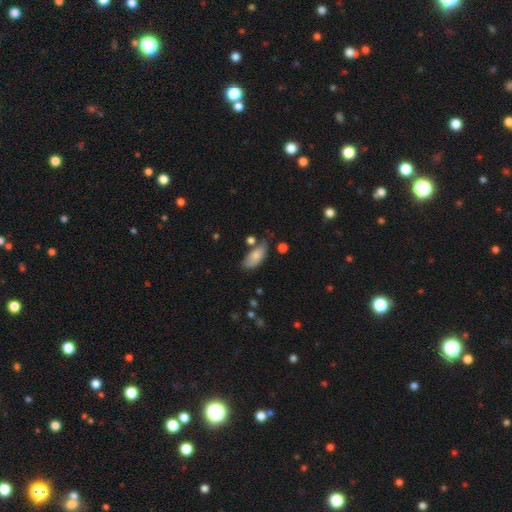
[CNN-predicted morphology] A smooth galaxy with no disk features (78%) that is in between round and cigar-shaped (89%).

Vote fractions:
- Smooth or featured? smooth: 78% / featured or disk: 16% / star or artifact: 7%
- How rounded? in between: 89% / cigar-shaped: 8% / round: 2%
- Merging? none: 53% / minor disturbance: 31% / major disturbance: 8% / merger: 8%